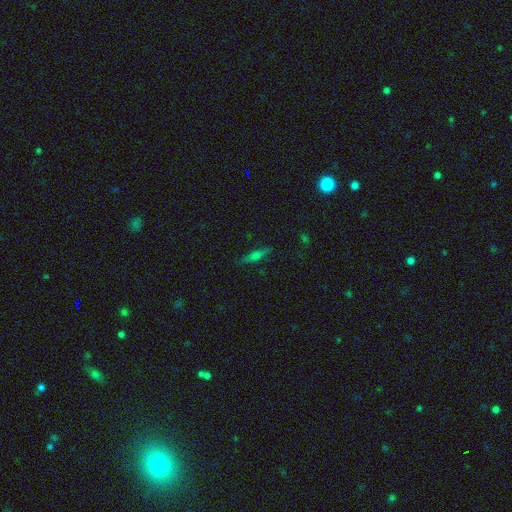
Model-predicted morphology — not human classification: smooth_or_featured: featured or disk (p=0.49) [alt: smooth p=0.39]
merging: none (p=0.86) [alt: minor disturbance p=0.11]